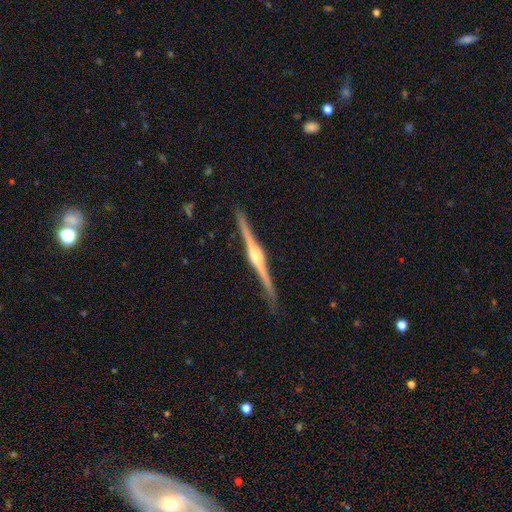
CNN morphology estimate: Overall: featured or disk (89%). Edge-on disk: yes (99%). Edge-on bulge: rounded (90%). Merging: none (90%).